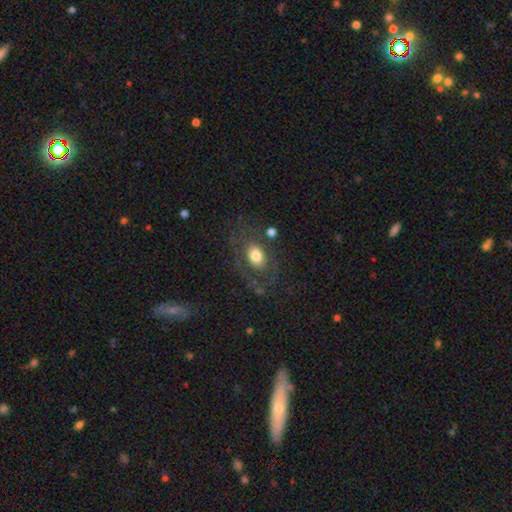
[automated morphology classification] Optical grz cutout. It shows a smooth galaxy with no disk features (56%) that is in between round and cigar-shaped (71%). Merging: none (66%).